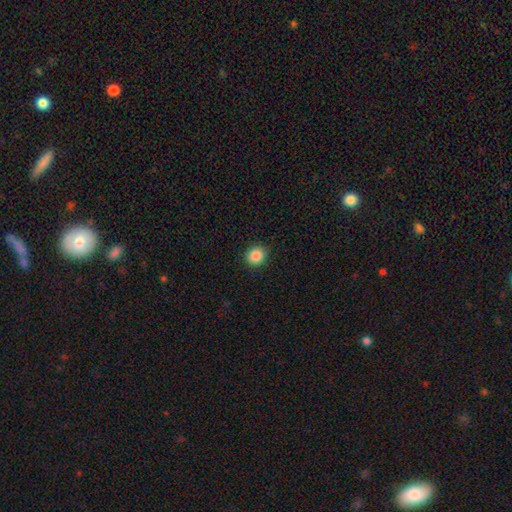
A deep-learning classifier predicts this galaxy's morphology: Smooth or featured?
  - smooth: 87% *
  - star or artifact: 9%
  - featured or disk: 4%
How rounded?
  - round: 86% *
  - in between: 13%
  - cigar-shaped: 1%
Merging?
  - none: 91% *
  - minor disturbance: 6%
  - major disturbance: 2%
  - merger: 1%